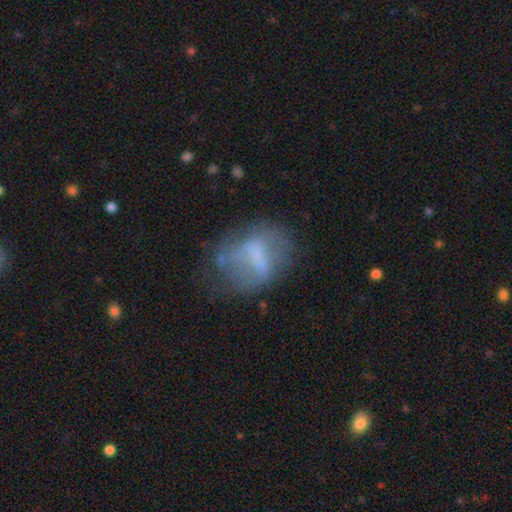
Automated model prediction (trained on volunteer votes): A featured or disk galaxy (49%).

Vote fractions:
- Smooth or featured? featured or disk: 49% / smooth: 40% / star or artifact: 11%
- Merging? none: 42% / major disturbance: 27% / minor disturbance: 25% / merger: 6%